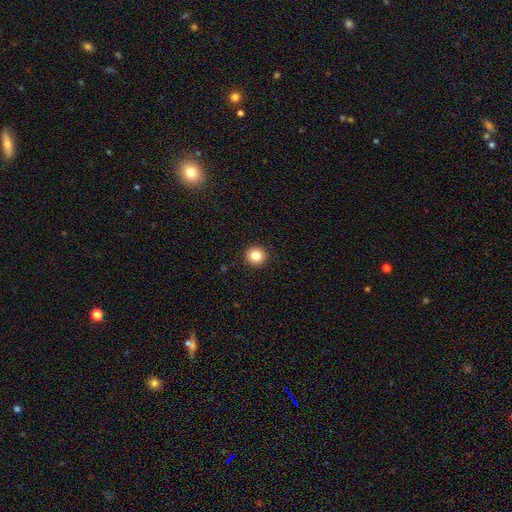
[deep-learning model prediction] smooth-or-featured: smooth: 83% | star or artifact: 11% | featured or disk: 6%
  how-rounded: round: 94% | in between: 5% | cigar-shaped: 1%
  merging: none: 93% | minor disturbance: 4% | major disturbance: 2% | merger: 1%